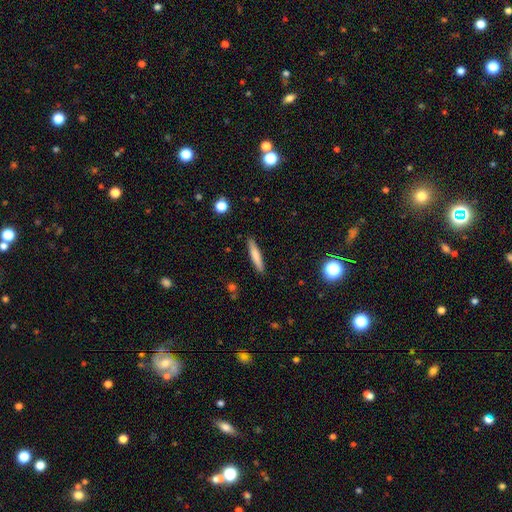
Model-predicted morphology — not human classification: A smooth galaxy with no disk features (74%) that is cigar-shaped (91%).

Vote fractions:
- Smooth or featured? smooth: 74% / featured or disk: 19% / star or artifact: 6%
- How rounded? cigar-shaped: 91% / in between: 7% / round: 1%
- Merging? none: 89% / minor disturbance: 8% / major disturbance: 2% / merger: 1%